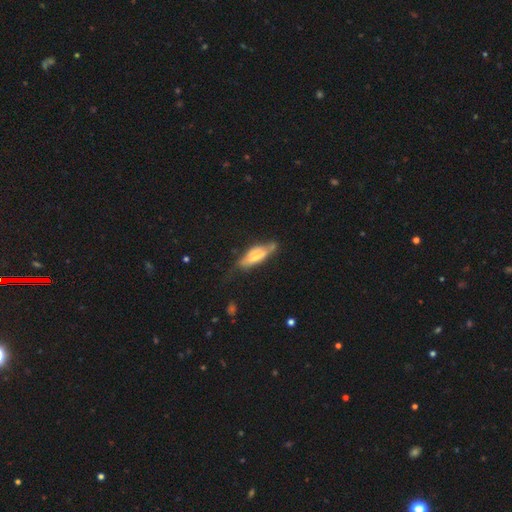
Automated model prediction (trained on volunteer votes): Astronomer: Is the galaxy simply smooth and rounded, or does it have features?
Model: smooth — 48% (runner-up: featured or disk, 45%).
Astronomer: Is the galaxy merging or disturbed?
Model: none — 47% (runner-up: minor disturbance, 32%).